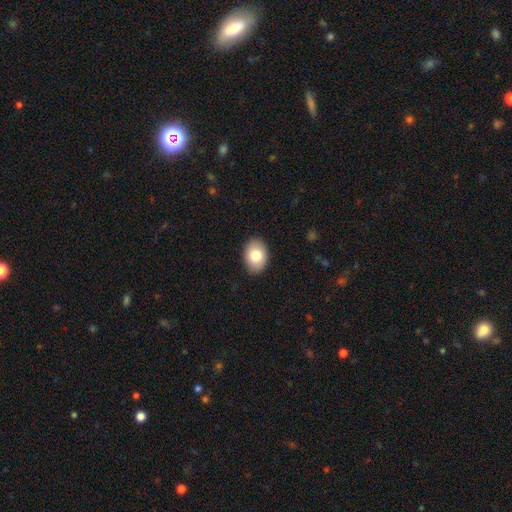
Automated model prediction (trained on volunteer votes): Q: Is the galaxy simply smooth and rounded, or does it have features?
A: smooth — 80%.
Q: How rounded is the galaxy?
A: in between — 77%.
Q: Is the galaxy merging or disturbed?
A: none — 88%.